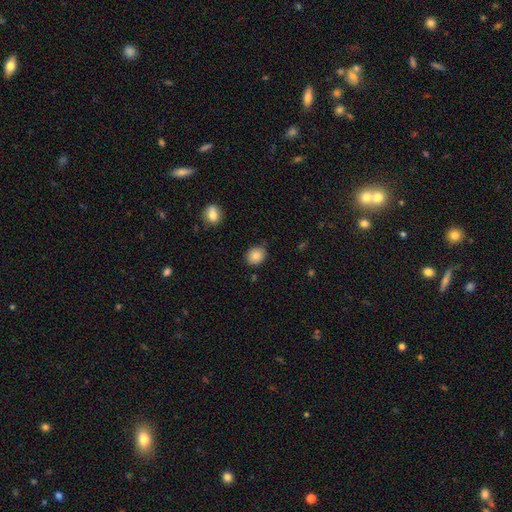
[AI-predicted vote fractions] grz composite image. It shows a smooth galaxy with no disk features (84%) that is round (66%). Merging: none (80%).